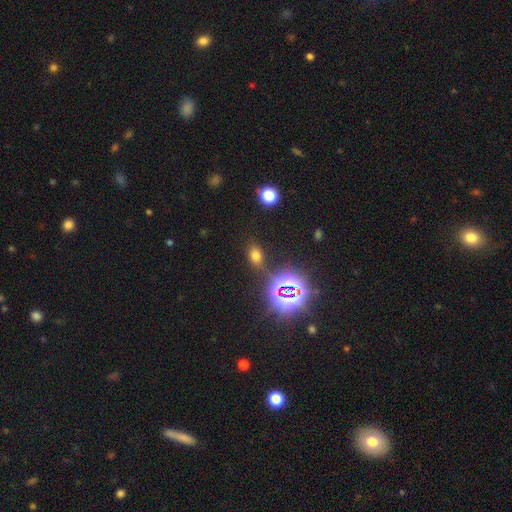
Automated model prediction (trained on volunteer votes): Q: Smooth or featured?
A: smooth (59%); runner-up: star or artifact (34%)
Q: How rounded?
A: in between (73%); runner-up: round (24%)
Q: Merging?
A: none (77%); runner-up: minor disturbance (13%)